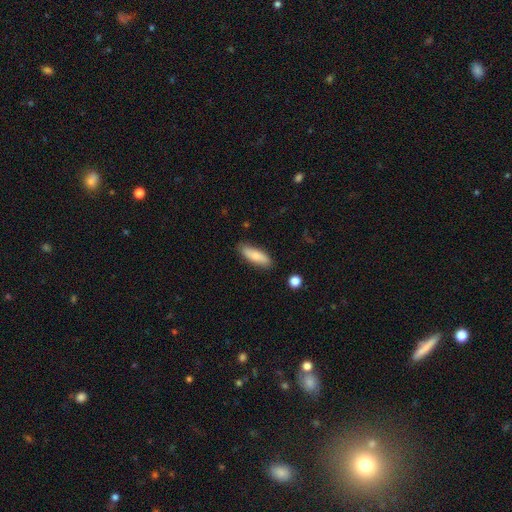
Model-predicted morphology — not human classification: This is likely a smooth galaxy (78%). How rounded: possibly in between (51%). Merging: clearly none (83%).